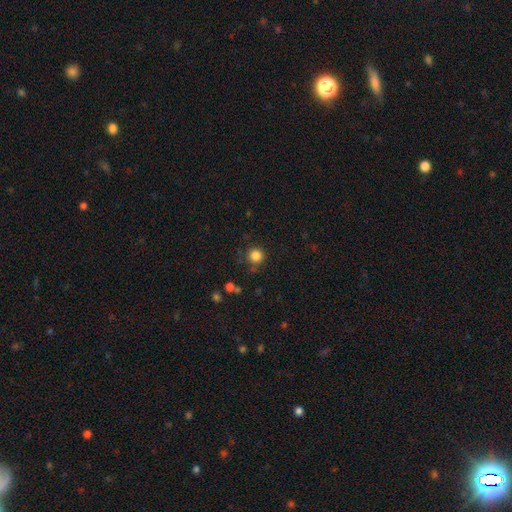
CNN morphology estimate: smooth_or_featured: smooth (p=0.84) [alt: star or artifact p=0.12]
how_rounded: round (p=0.94) [alt: in between p=0.05]
merging: none (p=0.83) [alt: minor disturbance p=0.10]